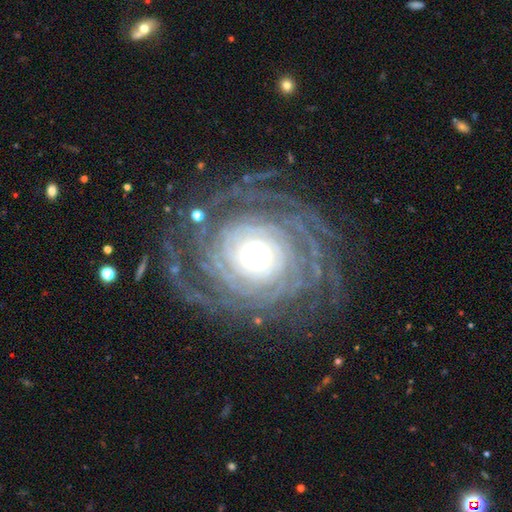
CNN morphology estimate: A featured or disk galaxy (89%) with no bar (78%), more than 4 (28%) tight (83%) spiral arms (97%) and a moderate central bulge (60%).

Vote fractions:
- Smooth or featured? featured or disk: 89% / star or artifact: 6% / smooth: 5%
- Edge-on disk? no: 97% / yes: 3%
- Bar? no: 78% / weak: 13% / strong: 9%
- Spiral arms? yes: 97% / no: 3%
- Spiral winding? tight: 83% / medium: 13% / loose: 3%
- Spiral arm count? more than 4: 28% / can't tell: 21% / 4: 16% / 3: 14% / 2: 12% / 1: 9%
- Bulge size? moderate: 60% / large: 29% / small: 8% / dominant: 2% / none: 1%
- Merging? none: 77% / minor disturbance: 13% / major disturbance: 8% / merger: 1%